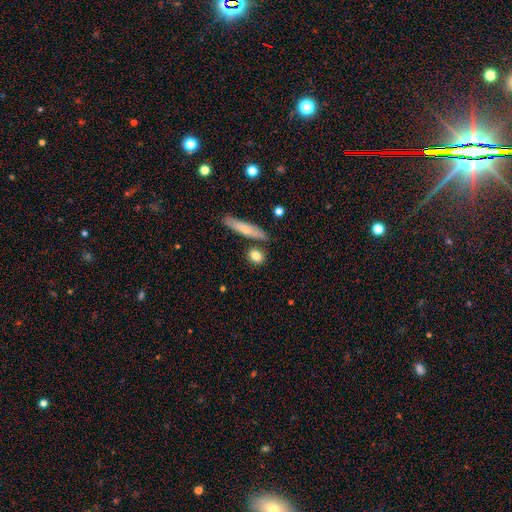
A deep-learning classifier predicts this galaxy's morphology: This appears to be a smooth galaxy with no disk features (79%) that is round (54%). Merging: none (77%).